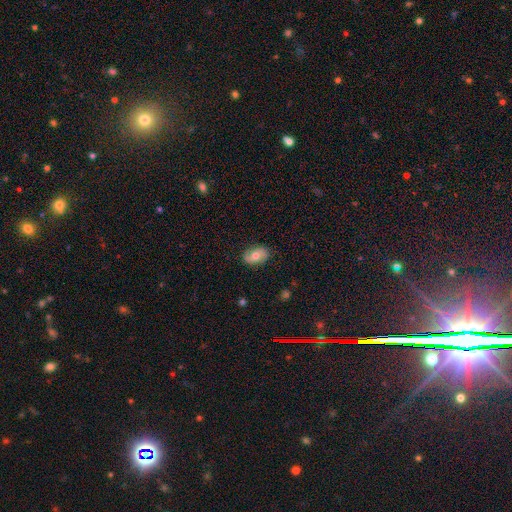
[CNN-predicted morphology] The model was most divided on "smooth or featured": smooth: 54%, featured or disk: 38%, star or artifact: 8%. More confident: how rounded — in between (86%); merging — none (82%).